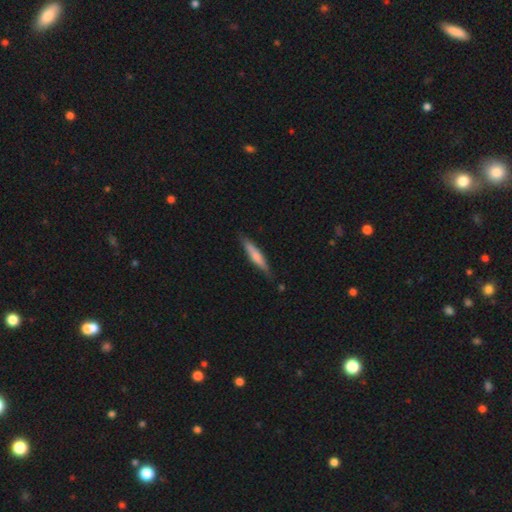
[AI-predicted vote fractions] Smooth or featured? smooth (64%)
How rounded? cigar-shaped (89%)
Merging? none (81%)